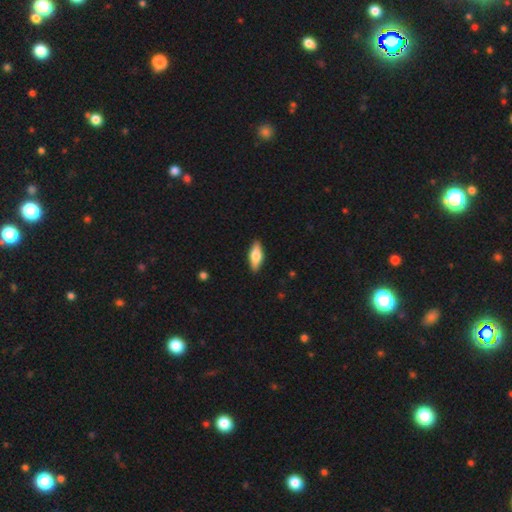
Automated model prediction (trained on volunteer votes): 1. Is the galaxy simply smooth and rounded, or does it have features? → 68% smooth, 27% featured or disk, 6% star or artifact.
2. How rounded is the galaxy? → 72% in between, 26% cigar-shaped, 3% round.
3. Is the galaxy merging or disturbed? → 90% none, 8% minor disturbance, 2% major disturbance, 1% merger.